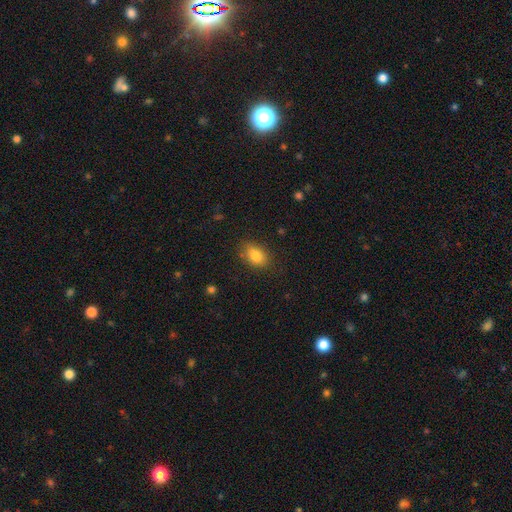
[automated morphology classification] Smooth or featured?
  - smooth: 83% *
  - star or artifact: 9%
  - featured or disk: 9%
How rounded?
  - in between: 83% *
  - round: 15%
  - cigar-shaped: 2%
Merging?
  - none: 79% *
  - minor disturbance: 15%
  - major disturbance: 4%
  - merger: 2%